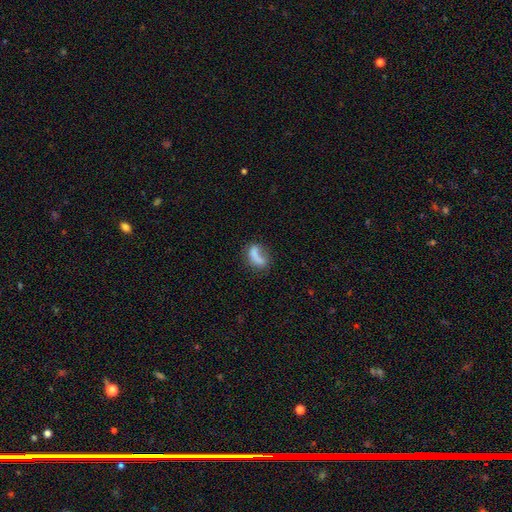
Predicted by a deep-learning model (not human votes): Morphology: type=smooth (65%); roundness=in between (70%); merging=none (37%).